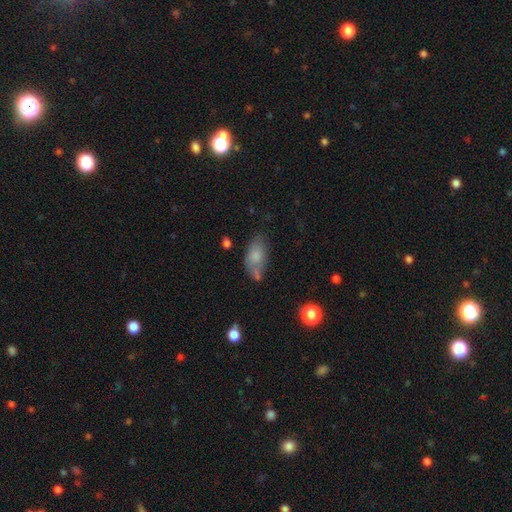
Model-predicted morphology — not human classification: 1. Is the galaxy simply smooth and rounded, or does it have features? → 76% smooth, 16% featured or disk, 8% star or artifact.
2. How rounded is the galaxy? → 90% in between, 5% round, 5% cigar-shaped.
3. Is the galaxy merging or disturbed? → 48% none, 27% minor disturbance, 13% merger, 11% major disturbance.